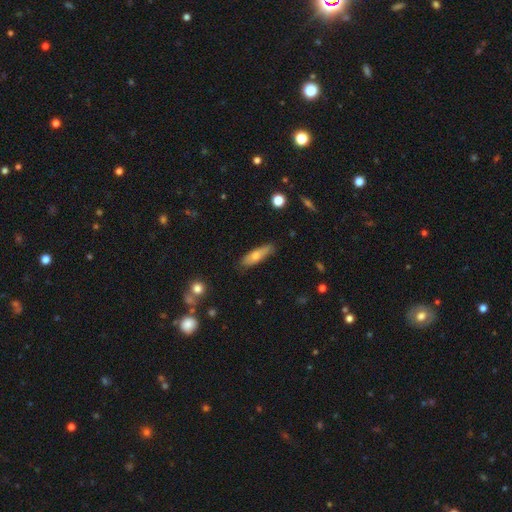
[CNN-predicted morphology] Smooth or featured? smooth (62%)
How rounded? cigar-shaped (58%)
Merging? none (75%)